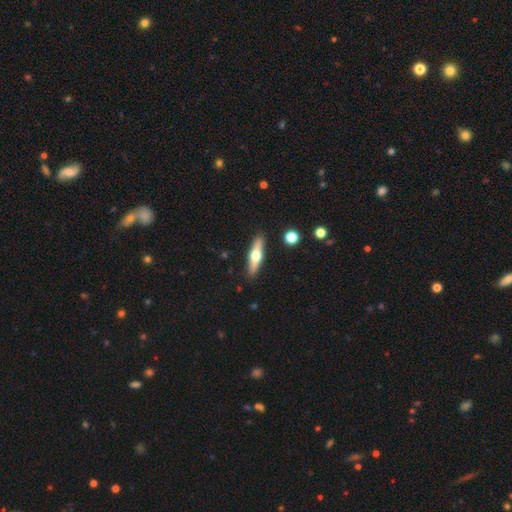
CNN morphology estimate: Smooth or featured? Predicted: featured or disk (p=0.52). Edge-on disk? Predicted: yes (p=0.91). Merging? Predicted: none (p=0.89).